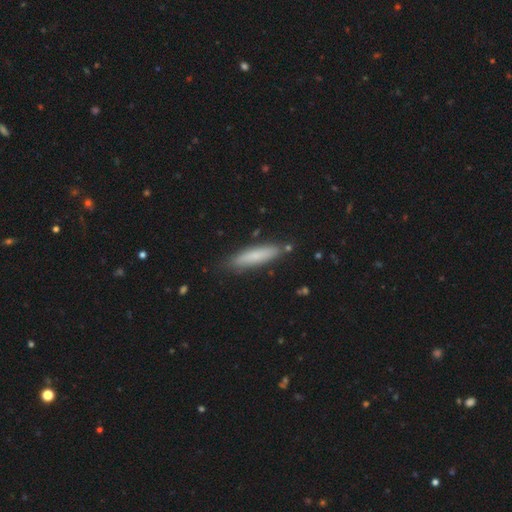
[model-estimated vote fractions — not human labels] This is likely a smooth galaxy (75%). How rounded: likely cigar-shaped (80%). Merging: clearly none (83%).